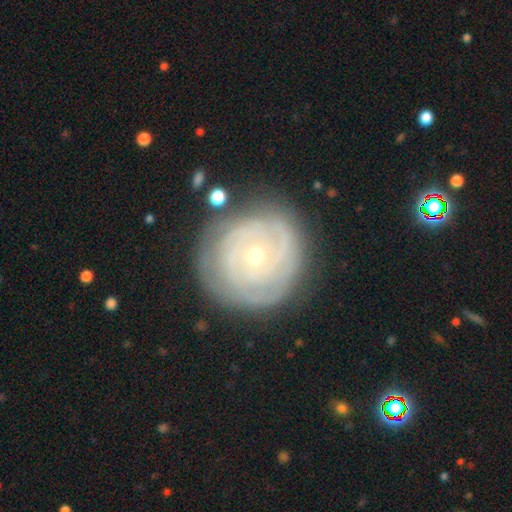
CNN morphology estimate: Smooth or featured?
  - featured or disk: 82% *
  - smooth: 12%
  - star or artifact: 6%
Edge-on disk?
  - no: 98% *
  - yes: 2%
Bar?
  - no: 83% *
  - weak: 13%
  - strong: 4%
Spiral arms?
  - yes: 92% *
  - no: 8%
Spiral winding?
  - tight: 83% *
  - medium: 13%
  - loose: 4%
Spiral arm count?
  - can't tell: 33% *
  - 2: 21%
  - 3: 21%
  - 4: 11%
  - more than 4: 7%
  - 1: 6%
Bulge size?
  - small: 69% *
  - moderate: 28%
  - large: 1%
  - none: 1%
  - dominant: 1%
Merging?
  - none: 79% *
  - minor disturbance: 14%
  - major disturbance: 5%
  - merger: 2%